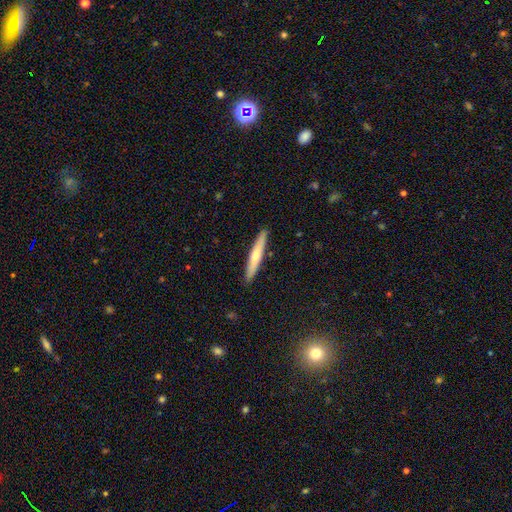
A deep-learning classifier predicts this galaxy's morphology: Smooth or featured? Predicted: featured or disk (p=0.47, tied with smooth). Merging? Predicted: none (p=0.91).